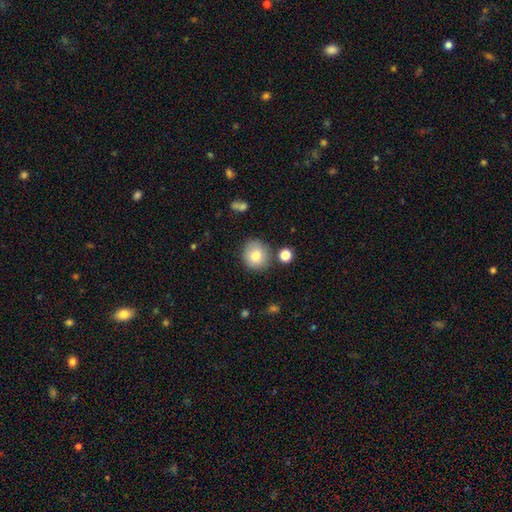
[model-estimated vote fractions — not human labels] This is clearly a smooth galaxy (80%). How rounded: clearly round (85%). Merging: likely none (79%).